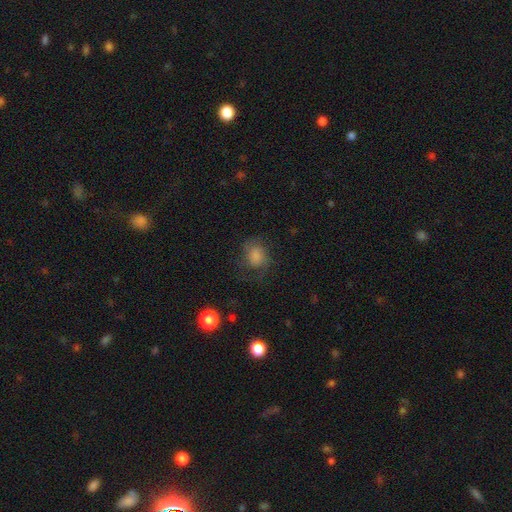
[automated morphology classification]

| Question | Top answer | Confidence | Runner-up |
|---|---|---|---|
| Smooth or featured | smooth | 54% | featured or disk (30%) |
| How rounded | round | 62% | in between (37%) |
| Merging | none | 61% | minor disturbance (21%) |